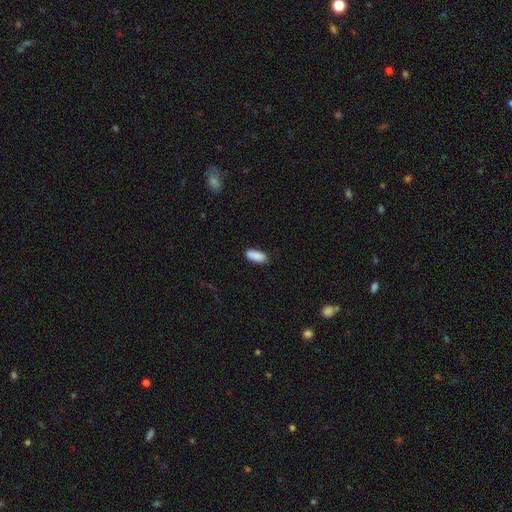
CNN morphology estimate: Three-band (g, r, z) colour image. It shows a smooth galaxy with no disk features (90%) that is in between round and cigar-shaped (84%). Merging: none (85%).